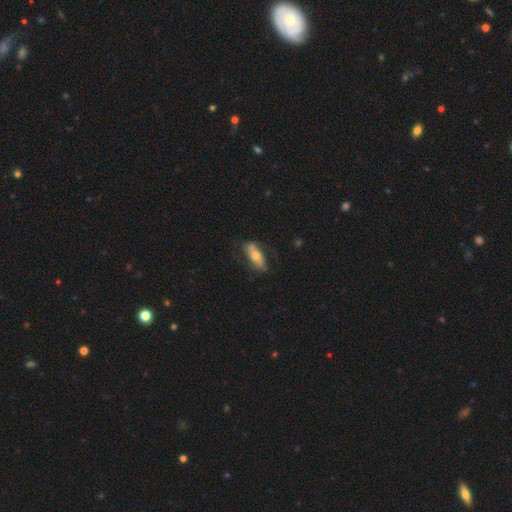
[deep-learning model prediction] smooth_or_featured: smooth (p=0.55) [alt: featured or disk p=0.39]
how_rounded: in between (p=0.69) [alt: cigar-shaped p=0.28]
merging: none (p=0.70) [alt: minor disturbance p=0.21]